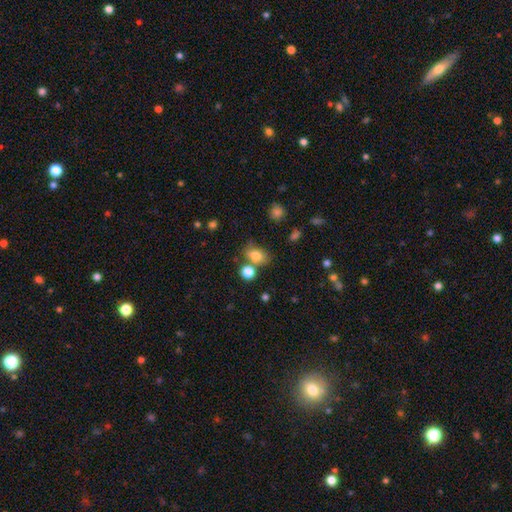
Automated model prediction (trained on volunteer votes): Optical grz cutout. It shows a smooth galaxy with no disk features (79%) that is in between round and cigar-shaped (72%). Merging: none (59%).